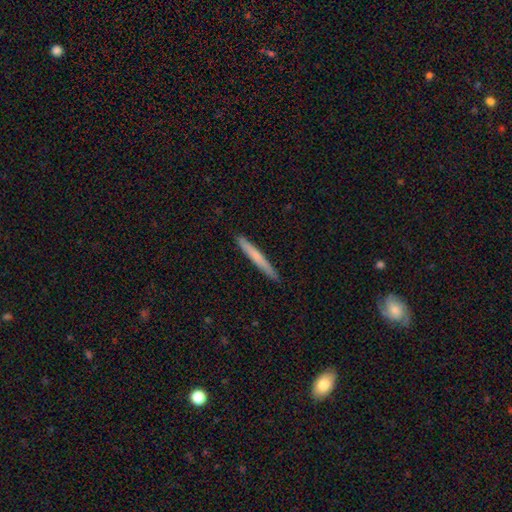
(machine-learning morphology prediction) The model was most divided on "smooth or featured": smooth: 63%, featured or disk: 31%, star or artifact: 6%. More confident: how rounded — cigar-shaped (97%); merging — none (91%).